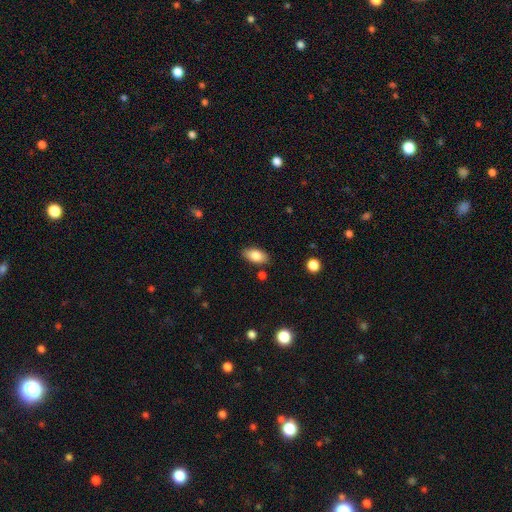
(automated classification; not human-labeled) Overall: smooth (82%). How rounded: in between (92%). Merging: none (84%).